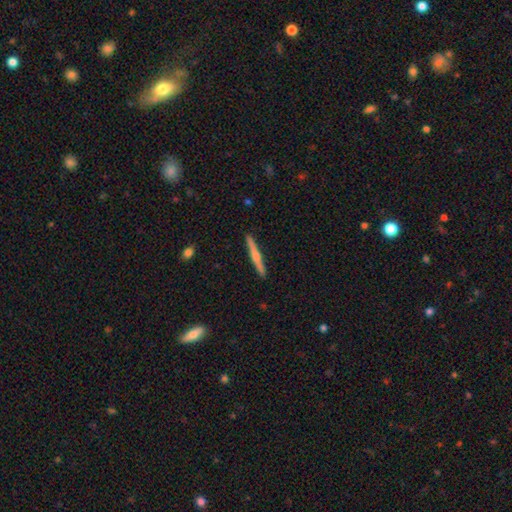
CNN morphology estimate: Overall: featured or disk (61%; smooth 34%). Edge-on disk: yes (98%). Edge-on bulge: rounded (82%). Merging: none (92%).